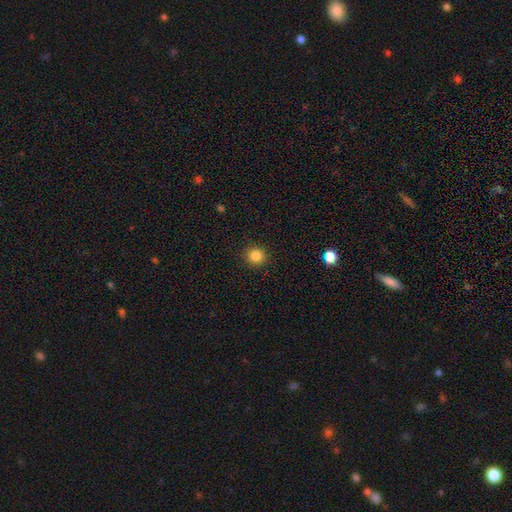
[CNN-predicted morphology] The model was most divided on "smooth or featured": smooth: 84%, star or artifact: 11%, featured or disk: 5%. More confident: how rounded — round (92%); merging — none (92%).